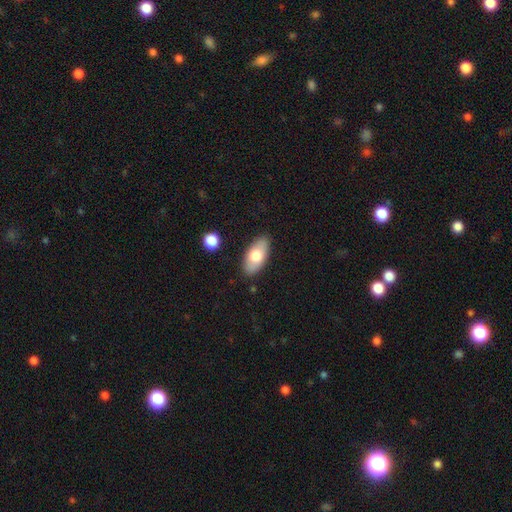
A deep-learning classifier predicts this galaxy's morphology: Smooth or featured: smooth — 70% (featured or disk — 24%)
How rounded: in between — 91% (cigar-shaped — 5%)
Merging: none — 86% (minor disturbance — 10%)